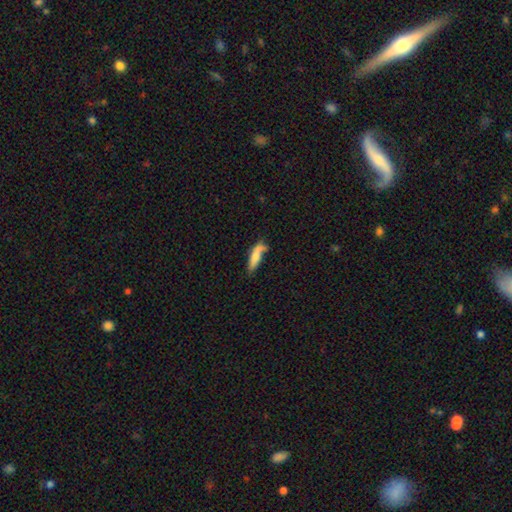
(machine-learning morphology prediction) Overall: smooth (68%). How rounded: cigar-shaped (66%; in between 32%). Merging: none (47%; minor disturbance 28%).